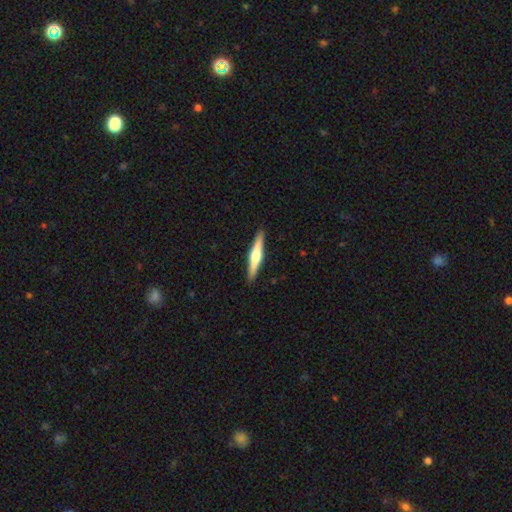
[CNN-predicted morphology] smooth_or_featured: featured or disk (p=0.59) [alt: smooth p=0.37]
disk_edge_on: yes (p=0.98) [alt: no p=0.02]
edge_on_bulge: rounded (p=0.86) [alt: boxy p=0.08]
merging: none (p=0.92) [alt: minor disturbance p=0.06]